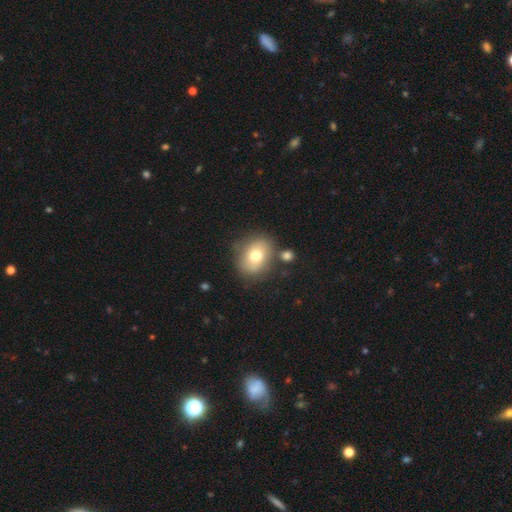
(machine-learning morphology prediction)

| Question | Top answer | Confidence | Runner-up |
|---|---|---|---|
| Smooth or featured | smooth | 71% | featured or disk (19%) |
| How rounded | in between | 58% | round (41%) |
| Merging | none | 73% | minor disturbance (15%) |